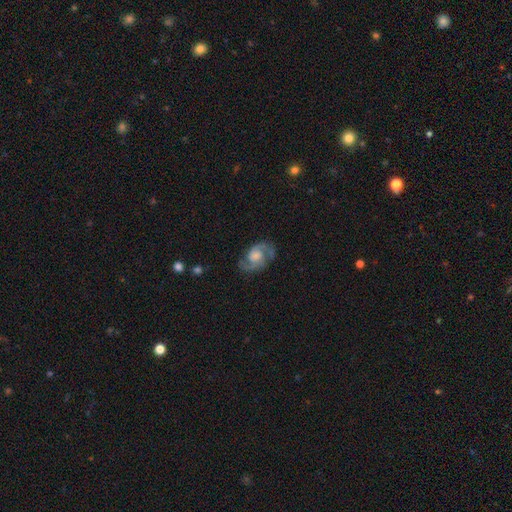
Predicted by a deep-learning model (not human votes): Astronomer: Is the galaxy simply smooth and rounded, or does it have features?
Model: featured or disk — 87%.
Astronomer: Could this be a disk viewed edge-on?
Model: no — 98%.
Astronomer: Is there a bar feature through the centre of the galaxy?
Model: no — 56% (runner-up: weak, 37%).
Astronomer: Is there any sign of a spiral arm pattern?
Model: yes — 97%.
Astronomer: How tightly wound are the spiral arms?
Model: medium — 58%.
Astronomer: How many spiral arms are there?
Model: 2 — 92%.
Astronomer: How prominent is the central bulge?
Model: moderate — 30% (runner-up: none, 24%).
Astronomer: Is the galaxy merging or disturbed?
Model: none — 77%.